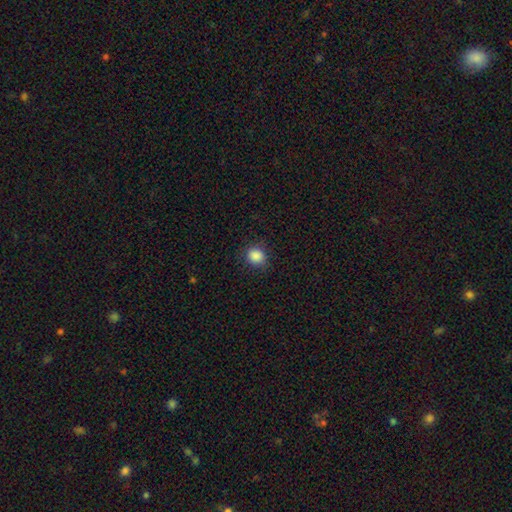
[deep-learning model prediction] This is clearly a smooth galaxy (87%). How rounded: likely round (72%). Merging: clearly none (84%).